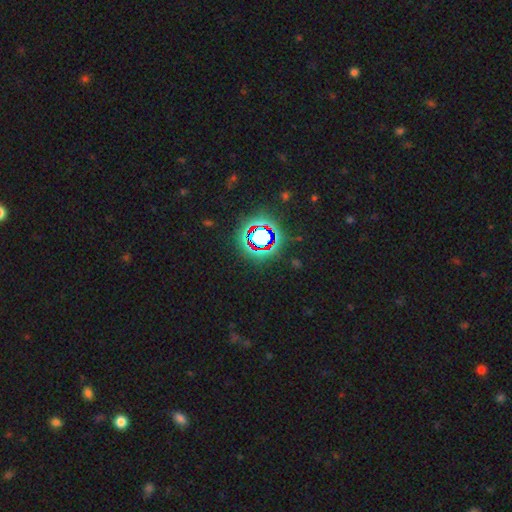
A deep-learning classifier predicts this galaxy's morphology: A star or artifact, not a galaxy (80%).